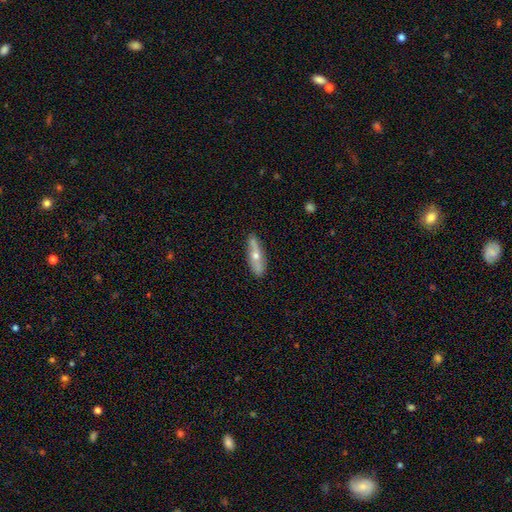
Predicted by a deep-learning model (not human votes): The model was most divided on "smooth or featured": featured or disk: 51%, smooth: 43%, star or artifact: 6%. More confident: merging — none (82%); edge-on disk — yes (61%).